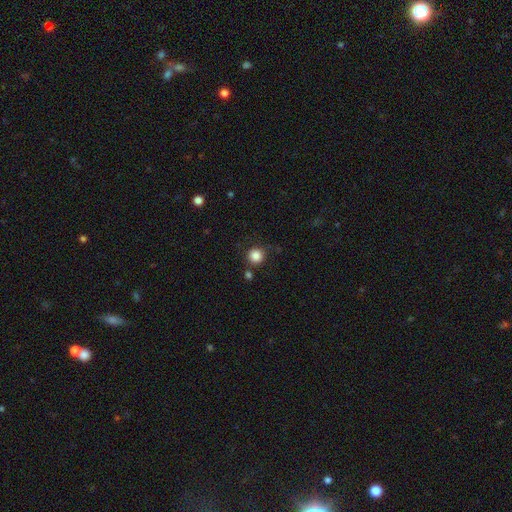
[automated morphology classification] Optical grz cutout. It shows a smooth galaxy with no disk features (86%) that is round (94%). Merging: none (83%).